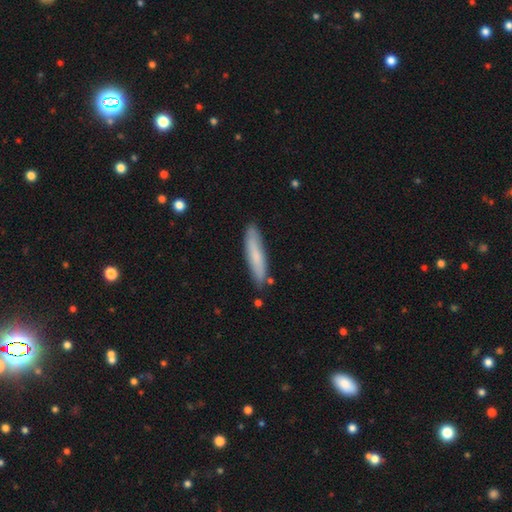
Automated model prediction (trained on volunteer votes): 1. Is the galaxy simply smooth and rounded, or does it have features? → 70% smooth, 24% featured or disk, 6% star or artifact.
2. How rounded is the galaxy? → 88% cigar-shaped, 11% in between, 1% round.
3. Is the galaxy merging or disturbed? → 83% none, 12% minor disturbance, 2% merger, 2% major disturbance.